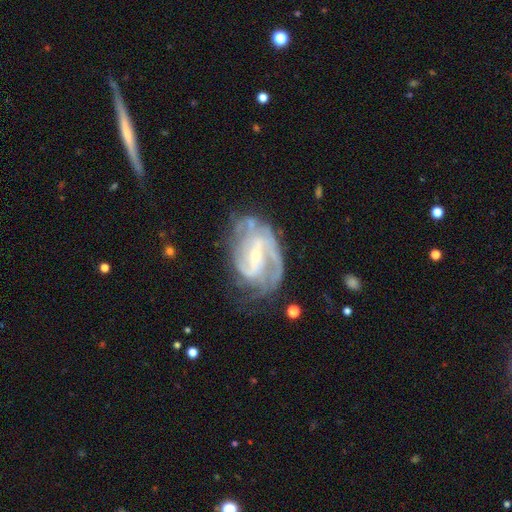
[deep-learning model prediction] Overall: featured or disk (87%). Edge-on disk: no (97%). Bar: weak (45%; strong 31%). Spiral arms: yes (95%). Spiral arm count: 2 (44%; can't tell 25%). Spiral winding: tight (43%; medium 42%). Bulge size: small (72%). Merging: none (57%; minor disturbance 24%).